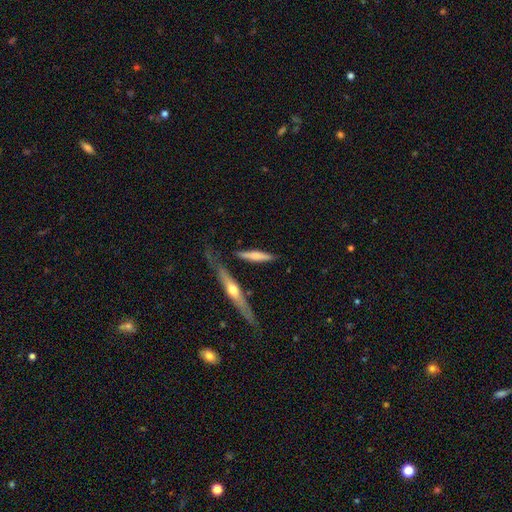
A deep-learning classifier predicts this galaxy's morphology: A smooth galaxy with no disk features (53%) that is cigar-shaped (84%). Merging: none (72%).